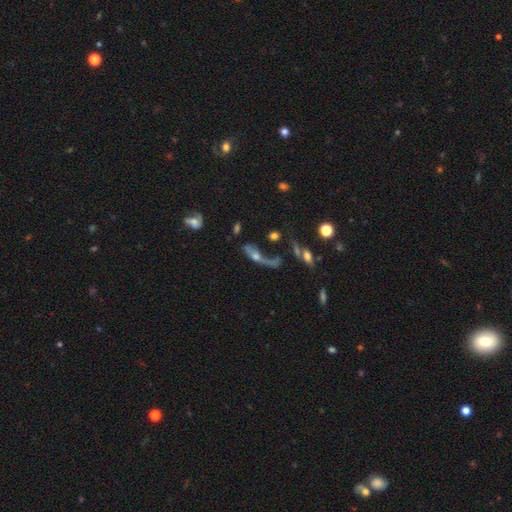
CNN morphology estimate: Overall: featured or disk (51%; smooth 27%). Edge-on disk: no (66%; yes 34%). Merging: none (31%; major disturbance 28%).